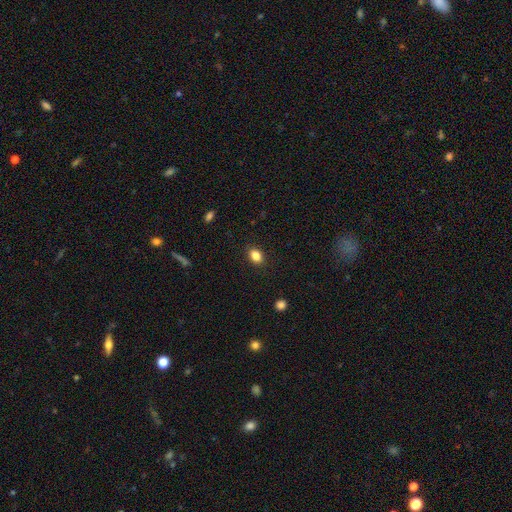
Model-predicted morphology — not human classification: This appears to be a smooth galaxy with no disk features (85%) that is in between round and cigar-shaped (71%). Merging: none (88%).